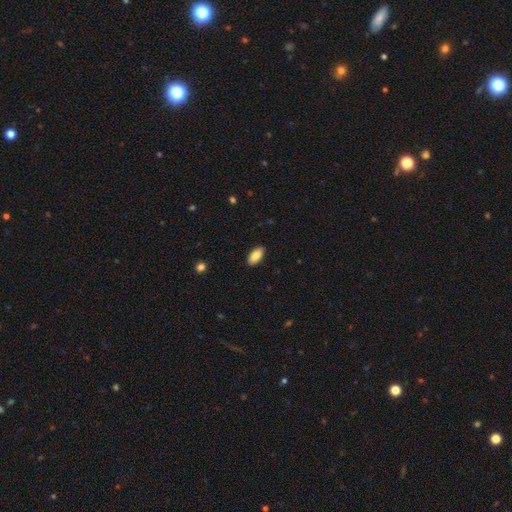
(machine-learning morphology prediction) A smooth galaxy with no disk features (87%) that is in between round and cigar-shaped (93%). Merging: none (89%).